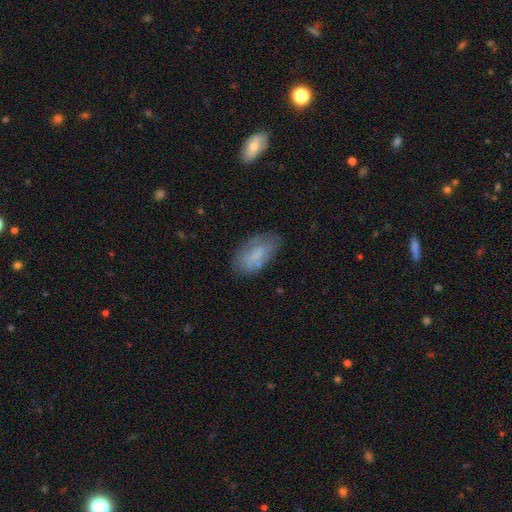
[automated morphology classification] Smooth or featured?
  - smooth: 67% *
  - featured or disk: 25%
  - star or artifact: 8%
How rounded?
  - in between: 92% *
  - cigar-shaped: 5%
  - round: 3%
Merging?
  - none: 63% *
  - minor disturbance: 25%
  - major disturbance: 9%
  - merger: 3%